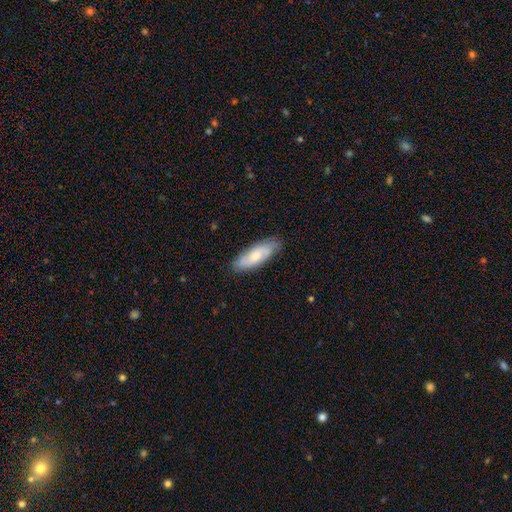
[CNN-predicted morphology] The model was most divided on "smooth or featured": smooth: 57%, featured or disk: 37%, star or artifact: 6%. More confident: merging — none (82%); how rounded — in between (65%).